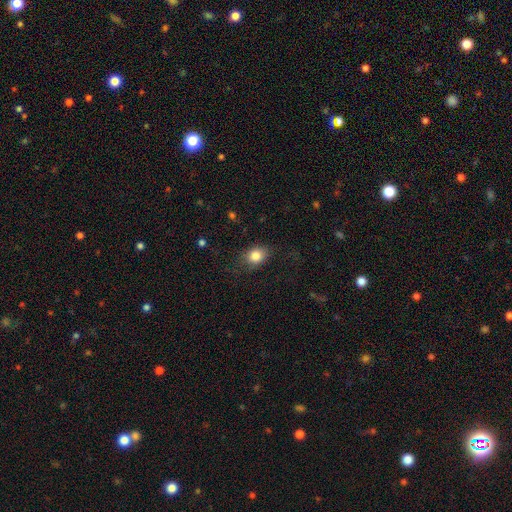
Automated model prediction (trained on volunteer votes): smooth 82%, star or artifact 10%, featured or disk 8%. Down the decision tree: how rounded — round (51%); merging — none (76%).